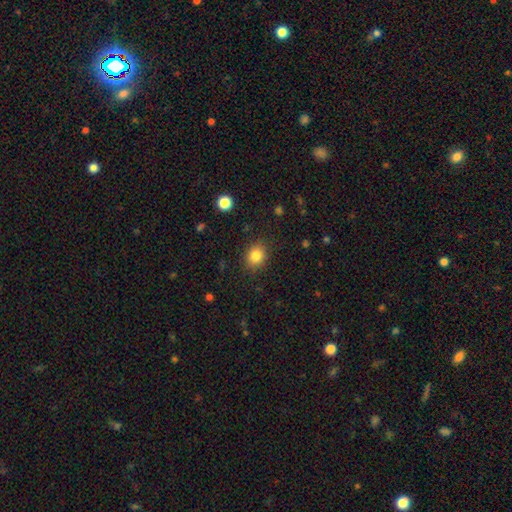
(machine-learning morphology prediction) type=smooth (84%); roundness=round (55%); merging=none (87%).